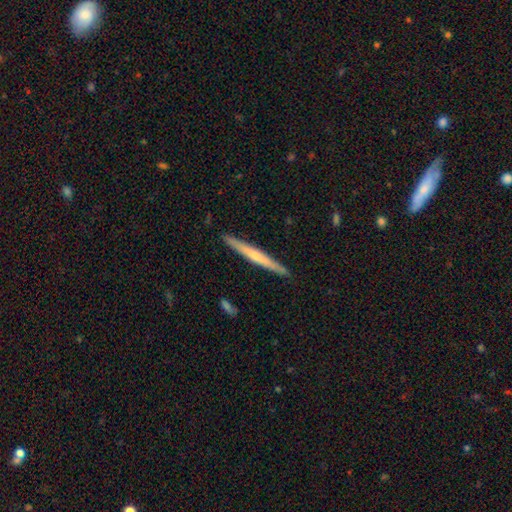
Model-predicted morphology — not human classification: A featured or disk galaxy (55%) viewed edge-on (97%) with a rounded central bulge (48%).

Vote fractions:
- Smooth or featured? featured or disk: 55% / smooth: 40% / star or artifact: 5%
- Edge-on disk? yes: 97% / no: 3%
- Edge-on bulge? rounded: 48% / none: 46% / boxy: 6%
- Merging? none: 92% / minor disturbance: 6% / major disturbance: 1% / merger: 1%